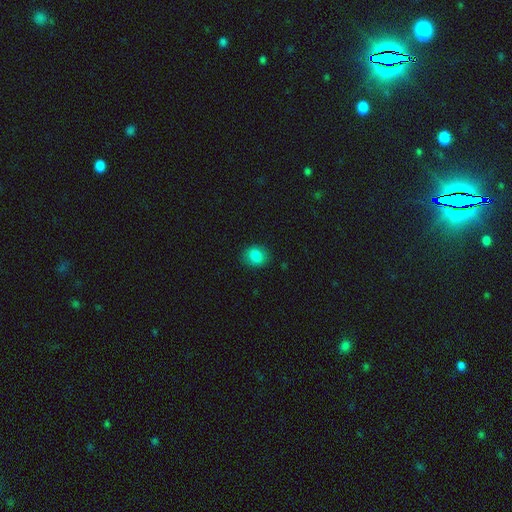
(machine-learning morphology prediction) This appears to be a smooth galaxy with no disk features (84%) that is round (60%). Merging: none (84%).